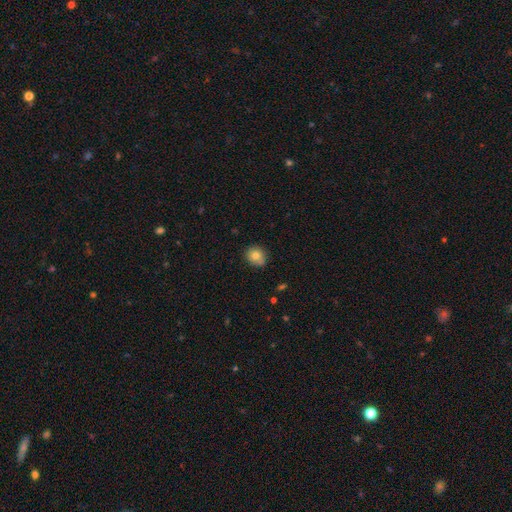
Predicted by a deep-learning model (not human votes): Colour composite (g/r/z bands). It shows a smooth galaxy with no disk features (79%) that is round (77%). Merging: none (73%).